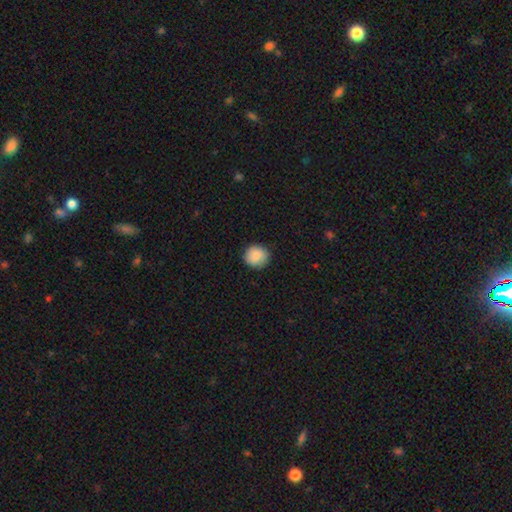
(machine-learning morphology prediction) A smooth galaxy with no disk features (88%) that is round (92%). Merging: none (89%).